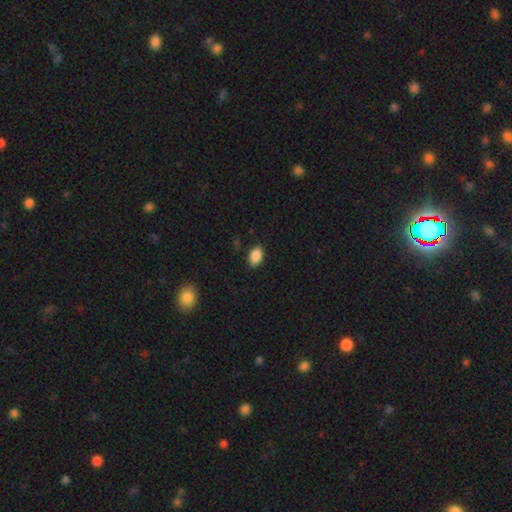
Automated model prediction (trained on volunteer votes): Morphology: type=smooth (88%); roundness=in between (89%); merging=none (84%).